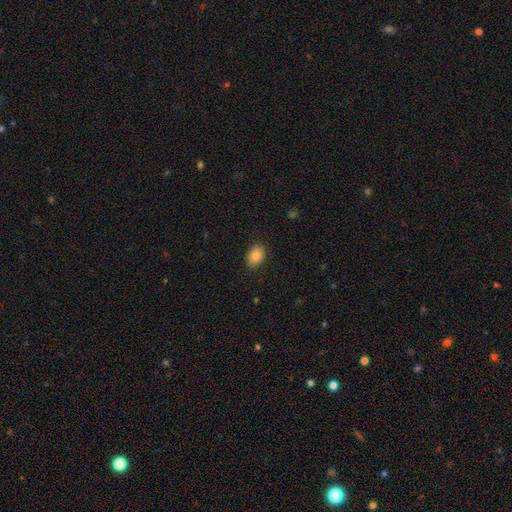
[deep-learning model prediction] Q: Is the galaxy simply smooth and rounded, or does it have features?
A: smooth — 84%.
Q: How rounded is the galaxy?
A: in between — 76%.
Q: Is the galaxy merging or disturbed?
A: none — 87%.